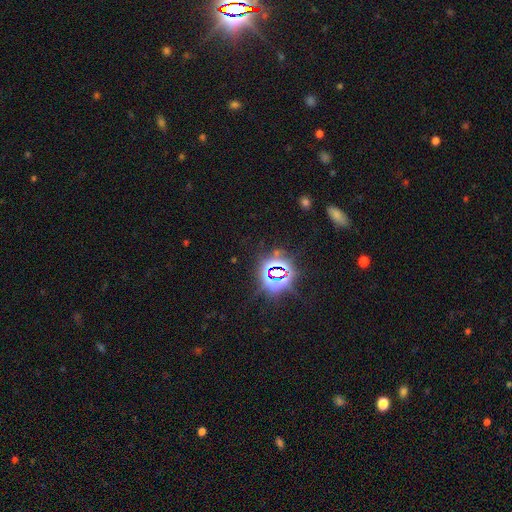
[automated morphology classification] Overall: star or artifact (80%).